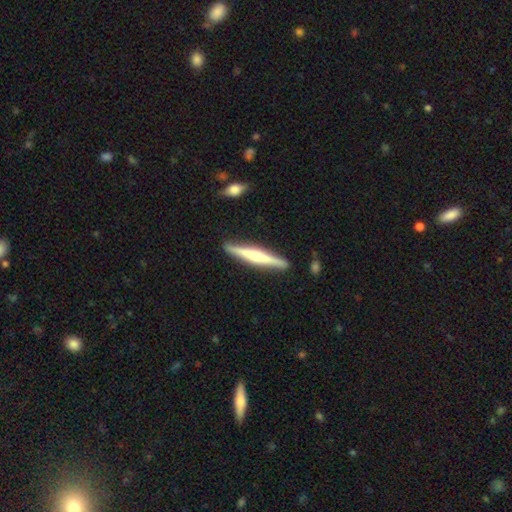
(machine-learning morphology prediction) This is likely a featured or disk galaxy (65%). It is clearly viewed edge-on (98%). Edge-on bulge: likely rounded (77%). Merging: clearly none (89%).